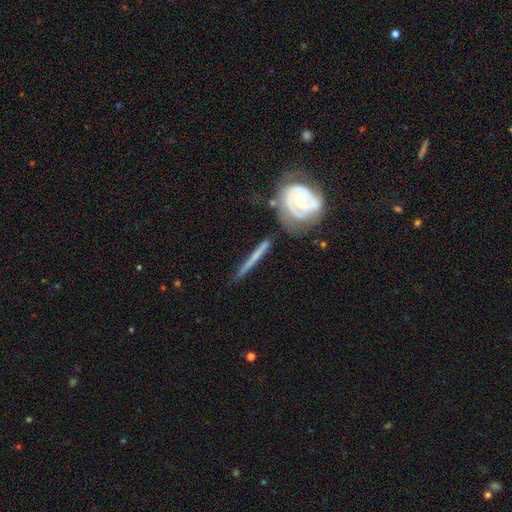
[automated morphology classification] featured or disk 62%, smooth 23%, star or artifact 15%. Down the decision tree: edge-on disk — yes (62%); merging — none (73%).